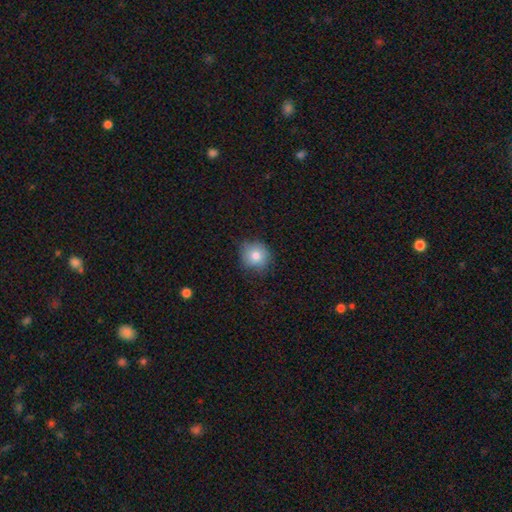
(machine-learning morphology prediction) Q: Smooth or featured?
A: smooth (79%); runner-up: featured or disk (11%)
Q: How rounded?
A: round (88%); runner-up: in between (11%)
Q: Merging?
A: none (75%); runner-up: minor disturbance (20%)